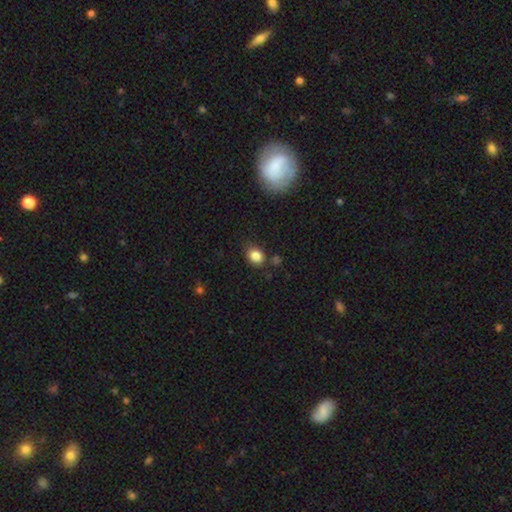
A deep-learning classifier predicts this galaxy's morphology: The model was most divided on "how rounded": in between: 50%, round: 49%, cigar-shaped: 1%. More confident: smooth or featured — smooth (84%); merging — none (77%).